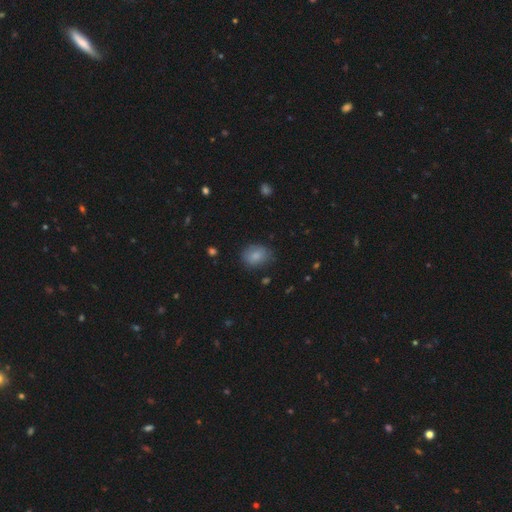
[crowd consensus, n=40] Volunteers were most divided on "how rounded": in between: 70%, round: 30%, cigar-shaped: 0%. More confident: smooth or featured — smooth (92%); merging — none (67%).